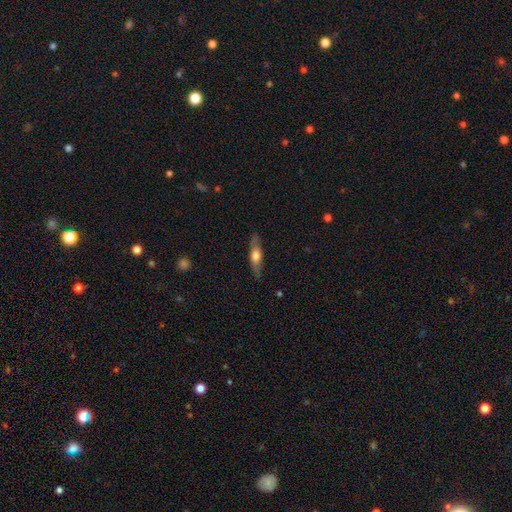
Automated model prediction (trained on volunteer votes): Smooth or featured? smooth (52%)
How rounded? cigar-shaped (67%)
Merging? none (83%)